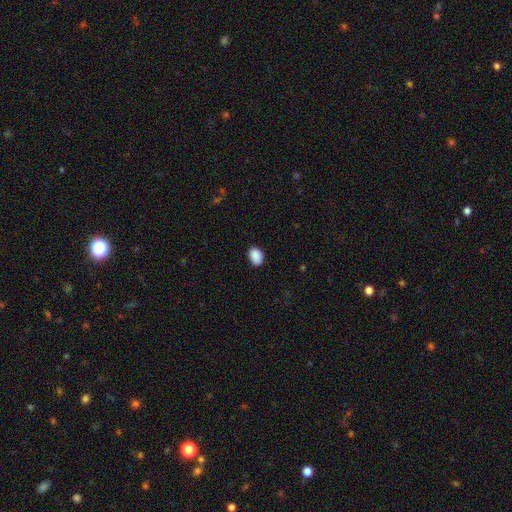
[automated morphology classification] smooth 90%, star or artifact 8%, featured or disk 2%. Down the decision tree: how rounded — in between (82%); merging — none (86%).